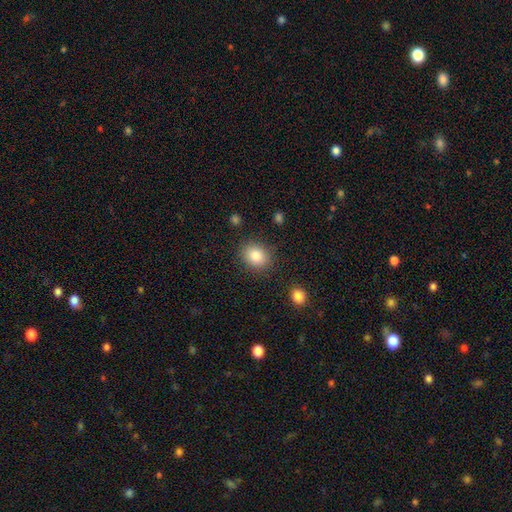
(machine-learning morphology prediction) smooth-or-featured: smooth: 83% | star or artifact: 9% | featured or disk: 7%
  how-rounded: round: 57% | in between: 42% | cigar-shaped: 1%
  merging: none: 86% | minor disturbance: 9% | major disturbance: 3% | merger: 2%